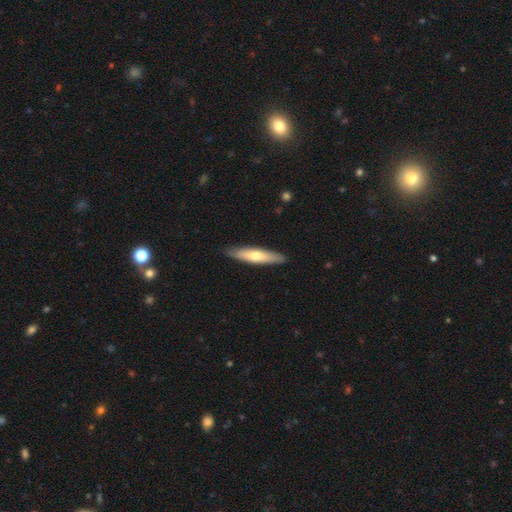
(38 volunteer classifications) smooth-or-featured: featured or disk: 50% | smooth: 47% | star or artifact: 3%
  disk-edge-on: yes: 89% | no: 11%
    edge-on-bulge: rounded: 71% | none: 24% | boxy: 6%
  merging: none: 95% | minor disturbance: 3% | major disturbance: 3% | merger: 0%